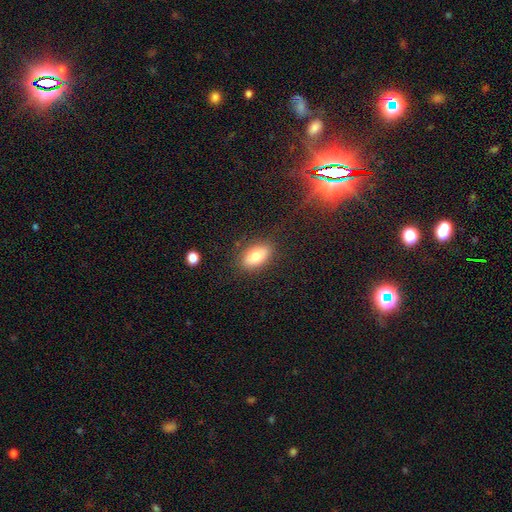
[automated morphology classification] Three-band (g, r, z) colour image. It shows a smooth galaxy with no disk features (77%) that is in between round and cigar-shaped (88%). Merging: none (83%).